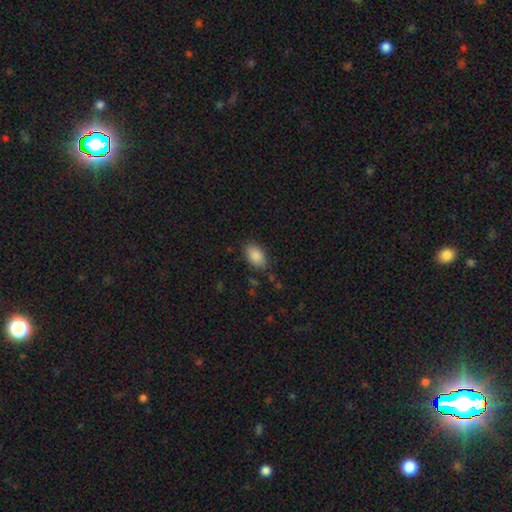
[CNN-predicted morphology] A smooth galaxy with no disk features (88%) that is in between round and cigar-shaped (91%).

Vote fractions:
- Smooth or featured? smooth: 88% / star or artifact: 7% / featured or disk: 4%
- How rounded? in between: 91% / round: 7% / cigar-shaped: 2%
- Merging? none: 82% / minor disturbance: 13% / major disturbance: 3% / merger: 2%